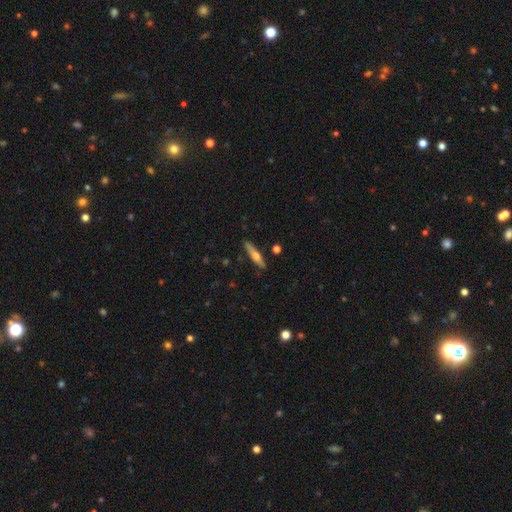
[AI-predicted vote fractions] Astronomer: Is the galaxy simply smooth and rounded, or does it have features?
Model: smooth — 47%, tied with featured or disk at 47%.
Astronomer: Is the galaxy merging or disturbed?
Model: none — 87%.